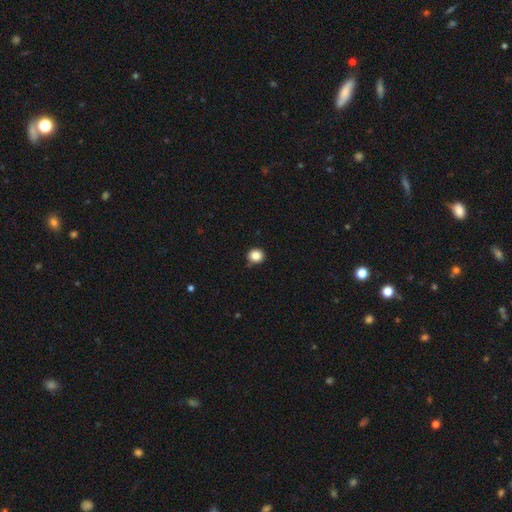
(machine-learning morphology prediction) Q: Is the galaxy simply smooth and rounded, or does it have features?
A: smooth — 85%.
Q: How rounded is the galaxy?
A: round — 86%.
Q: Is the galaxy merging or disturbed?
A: none — 86%.